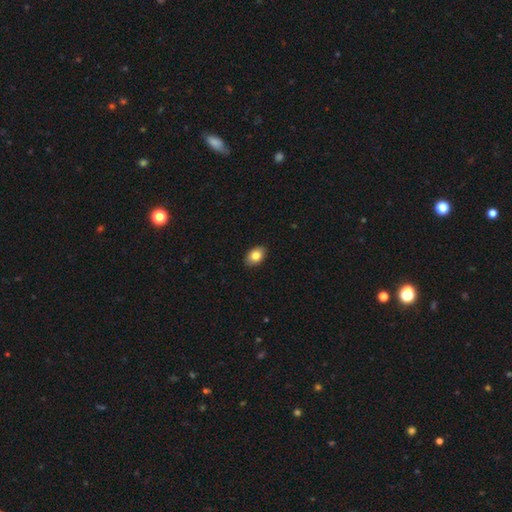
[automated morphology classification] This is clearly a smooth galaxy (82%). How rounded: clearly in between (82%). Merging: clearly none (89%).